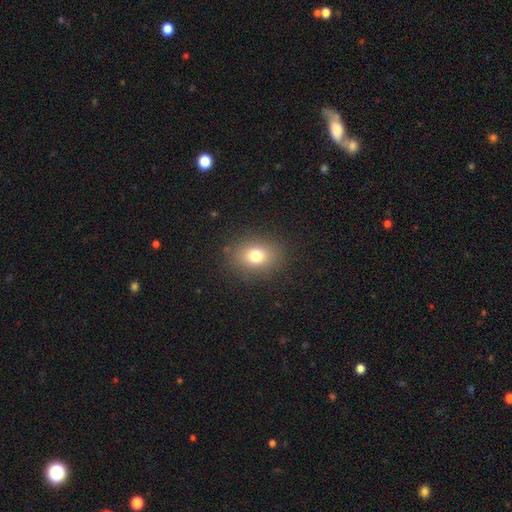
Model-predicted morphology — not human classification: This appears to be a smooth galaxy with no disk features (77%) that is in between round and cigar-shaped (52%). Merging: none (86%).